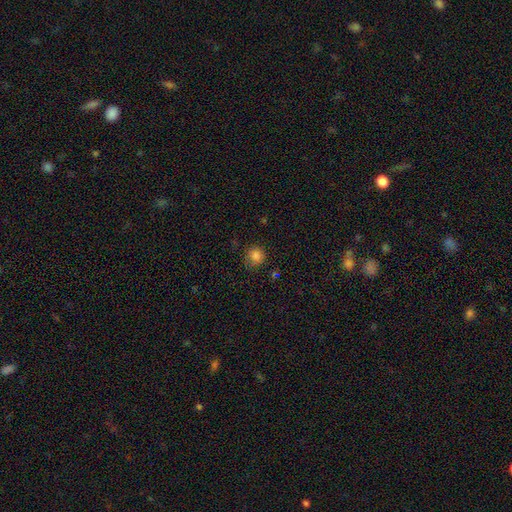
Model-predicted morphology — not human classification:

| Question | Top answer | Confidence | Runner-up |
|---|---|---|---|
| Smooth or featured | smooth | 83% | star or artifact (13%) |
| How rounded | round | 88% | in between (11%) |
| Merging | none | 76% | minor disturbance (17%) |